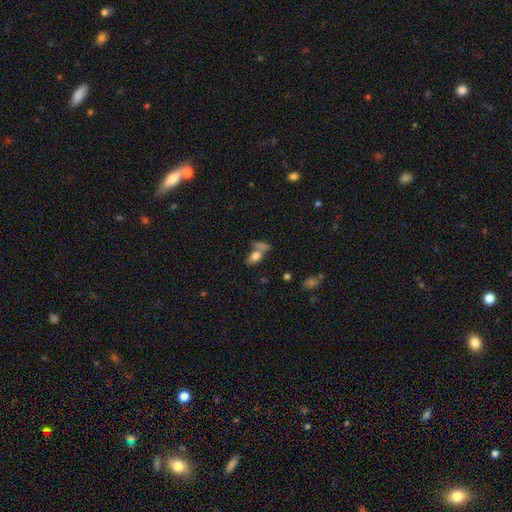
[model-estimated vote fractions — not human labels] A smooth galaxy with no disk features (74%) that is in between round and cigar-shaped (80%).

Vote fractions:
- Smooth or featured? smooth: 74% / featured or disk: 16% / star or artifact: 10%
- How rounded? in between: 80% / round: 11% / cigar-shaped: 9%
- Merging? none: 42% / merger: 38% / minor disturbance: 12% / major disturbance: 8%